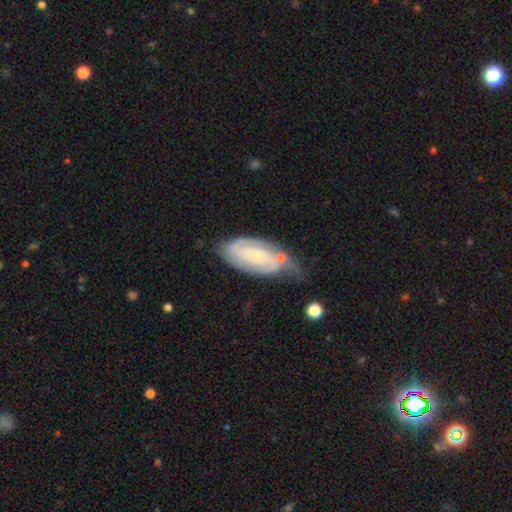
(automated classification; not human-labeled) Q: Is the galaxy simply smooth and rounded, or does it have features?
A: featured or disk — 72%.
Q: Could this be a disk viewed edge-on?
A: no — 94%.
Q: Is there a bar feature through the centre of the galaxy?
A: no — 55%.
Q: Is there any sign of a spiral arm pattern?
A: yes — 92%.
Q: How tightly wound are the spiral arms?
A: tight — 57%.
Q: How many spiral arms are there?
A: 2 — 53%.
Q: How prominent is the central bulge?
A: small — 68%.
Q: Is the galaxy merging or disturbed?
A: none — 45%.